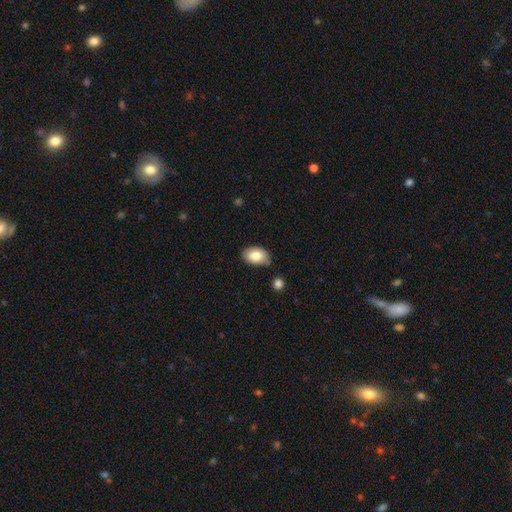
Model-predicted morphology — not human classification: This appears to be a smooth galaxy with no disk features (81%) that is in between round and cigar-shaped (91%). Merging: none (75%).